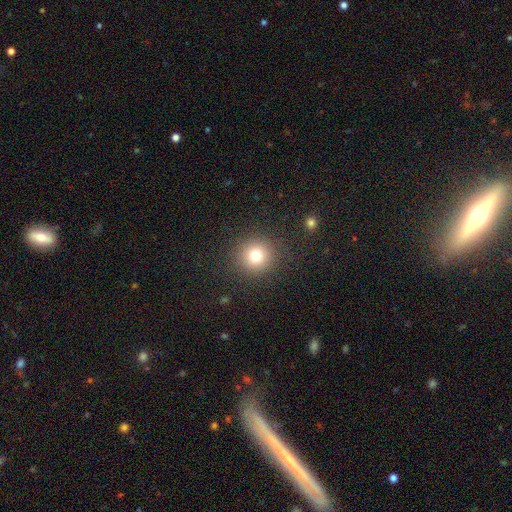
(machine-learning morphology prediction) smooth 76%, star or artifact 15%, featured or disk 10%. Down the decision tree: how rounded — round (93%); merging — none (89%).